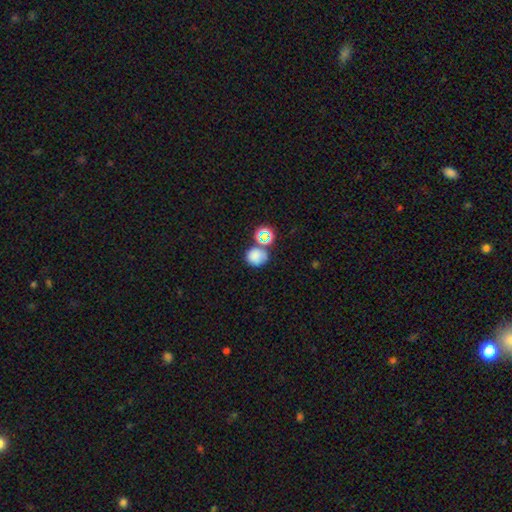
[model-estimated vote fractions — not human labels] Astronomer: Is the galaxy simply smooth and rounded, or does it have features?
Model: smooth — 76%.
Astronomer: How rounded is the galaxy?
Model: round — 78%.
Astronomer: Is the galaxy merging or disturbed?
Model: none — 60%.